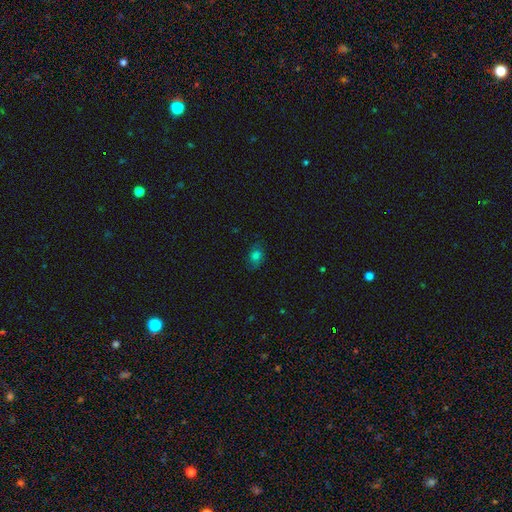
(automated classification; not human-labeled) Overall: smooth (74%). How rounded: in between (69%; round 29%). Merging: none (77%).